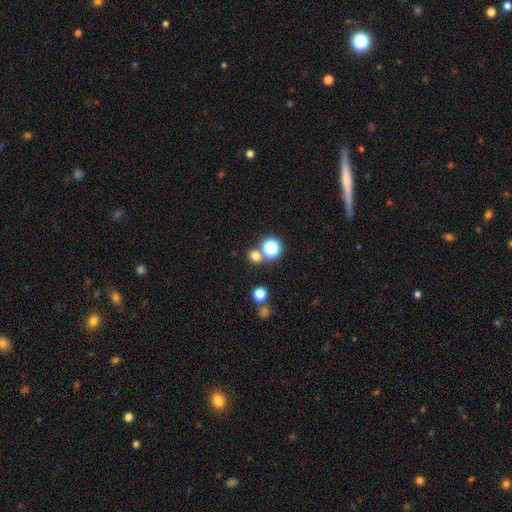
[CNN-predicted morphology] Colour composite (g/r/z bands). It shows a smooth galaxy with no disk features (69%) that is round (82%). Merging: none (71%).